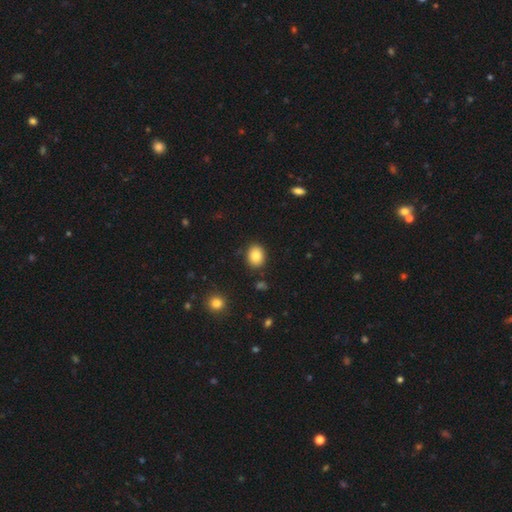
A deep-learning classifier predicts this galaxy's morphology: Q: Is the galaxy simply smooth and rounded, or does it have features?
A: smooth — 84%.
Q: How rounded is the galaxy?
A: in between — 52%.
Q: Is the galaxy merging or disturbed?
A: none — 88%.